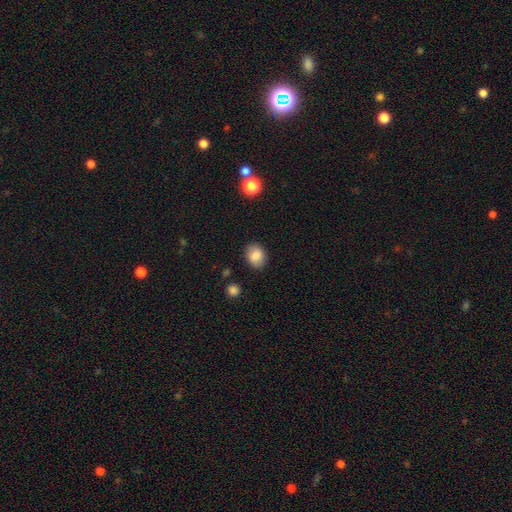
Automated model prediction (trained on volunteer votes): smooth-or-featured: smooth: 84% | star or artifact: 8% | featured or disk: 7%
  how-rounded: in between: 62% | round: 37% | cigar-shaped: 1%
  merging: none: 85% | minor disturbance: 11% | major disturbance: 3% | merger: 2%